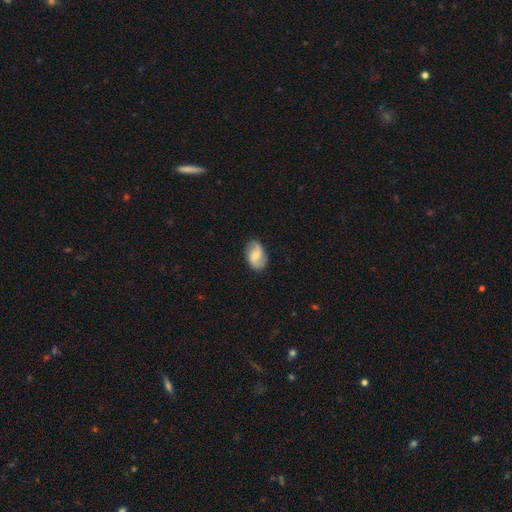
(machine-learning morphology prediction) A featured or disk galaxy (53%) with no bar (48%), spiral arms (86%) and a moderate central bulge (51%).

Vote fractions:
- Smooth or featured? featured or disk: 53% / smooth: 40% / star or artifact: 7%
- Edge-on disk? no: 96% / yes: 4%
- Bar? no: 48% / weak: 41% / strong: 11%
- Spiral arms? yes: 86% / no: 14%
- Bulge size? moderate: 51% / small: 42% / none: 3% / large: 3% / dominant: 1%
- Merging? none: 80% / minor disturbance: 15% / major disturbance: 3% / merger: 1%